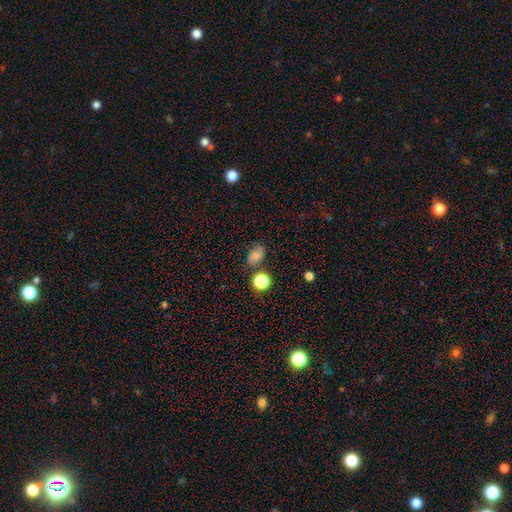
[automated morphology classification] smooth 64%, featured or disk 20%, star or artifact 16%. Down the decision tree: how rounded — in between (69%); merging — none (69%).